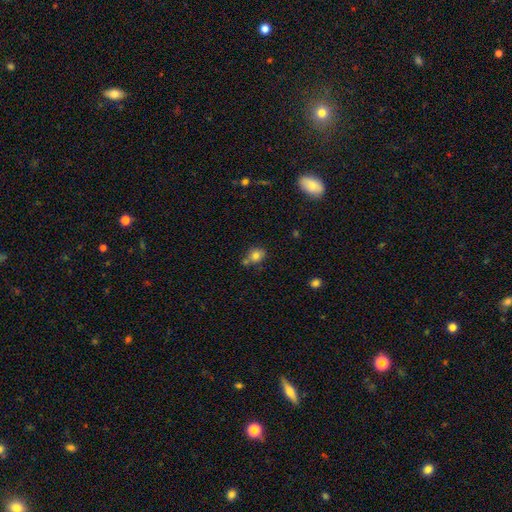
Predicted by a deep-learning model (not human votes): A smooth galaxy with no disk features (78%) that is round (66%). Merging: none (61%).